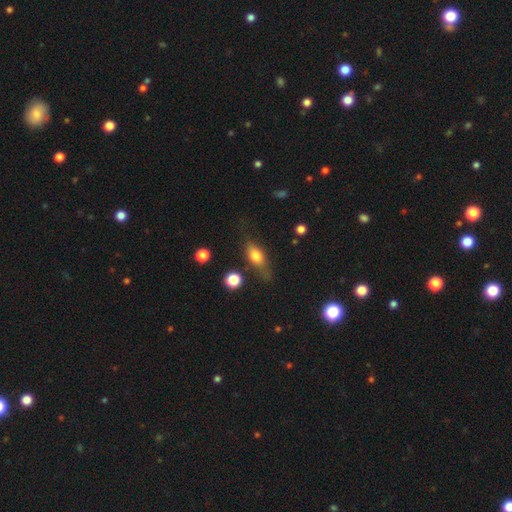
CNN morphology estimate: smooth-or-featured: smooth: 71% | featured or disk: 21% | star or artifact: 8%
  how-rounded: in between: 75% | cigar-shaped: 16% | round: 9%
  merging: none: 60% | minor disturbance: 24% | major disturbance: 11% | merger: 4%